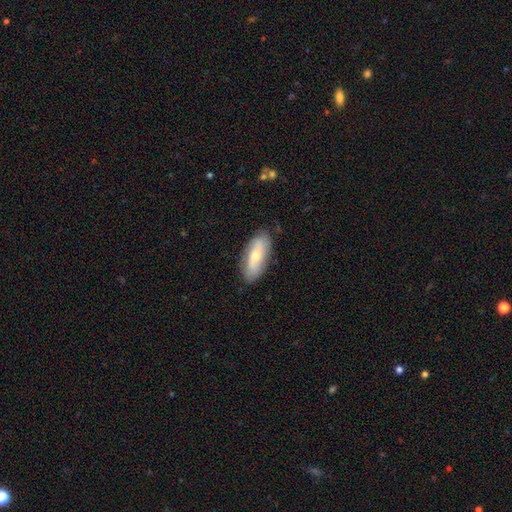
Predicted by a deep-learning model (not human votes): Smooth or featured? Predicted: smooth (p=0.58). How rounded? Predicted: in between (p=0.79). Merging? Predicted: none (p=0.81).